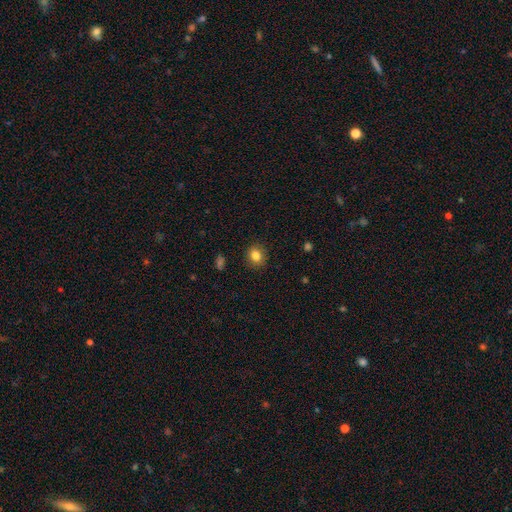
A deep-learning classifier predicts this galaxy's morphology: Smooth or featured? smooth (83%)
How rounded? round (71%)
Merging? none (89%)